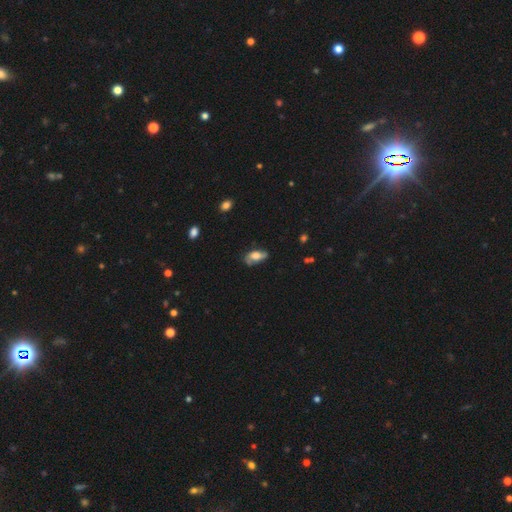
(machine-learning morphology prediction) Smooth or featured: smooth — 53% (featured or disk — 39%)
How rounded: in between — 86% (cigar-shaped — 8%)
Merging: none — 59% (minor disturbance — 29%)